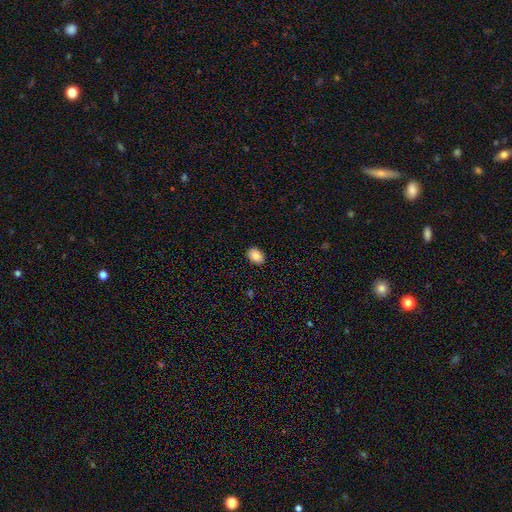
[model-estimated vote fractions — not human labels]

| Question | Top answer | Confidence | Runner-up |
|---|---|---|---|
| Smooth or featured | smooth | 85% | star or artifact (8%) |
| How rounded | in between | 72% | round (27%) |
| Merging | none | 90% | minor disturbance (7%) |